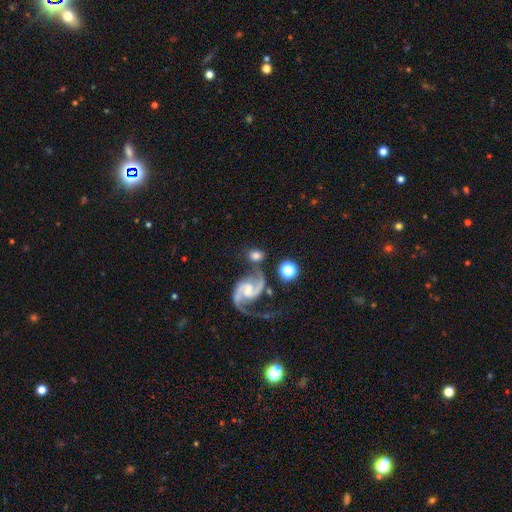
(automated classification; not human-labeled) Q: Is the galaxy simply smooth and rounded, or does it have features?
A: featured or disk — 52%.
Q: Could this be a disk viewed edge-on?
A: no — 96%.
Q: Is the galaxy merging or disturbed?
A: none — 60%.